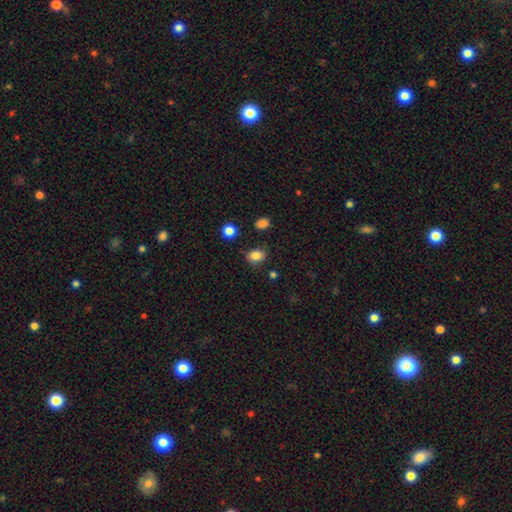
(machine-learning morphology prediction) This is clearly a smooth galaxy (84%). How rounded: possibly in between (56%). Merging: clearly none (80%).